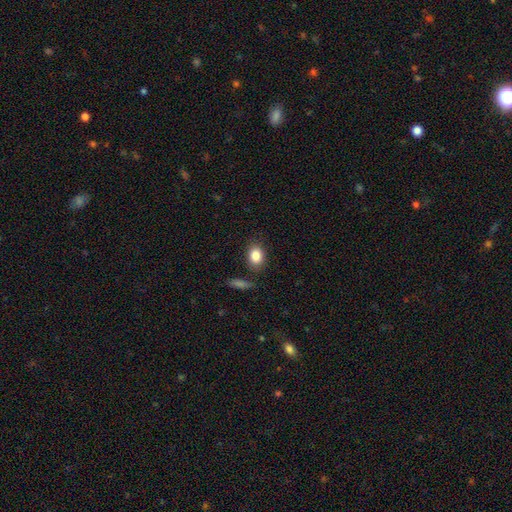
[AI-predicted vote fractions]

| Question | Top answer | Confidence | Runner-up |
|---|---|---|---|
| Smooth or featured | smooth | 85% | star or artifact (8%) |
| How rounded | in between | 65% | round (33%) |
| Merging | none | 82% | minor disturbance (11%) |